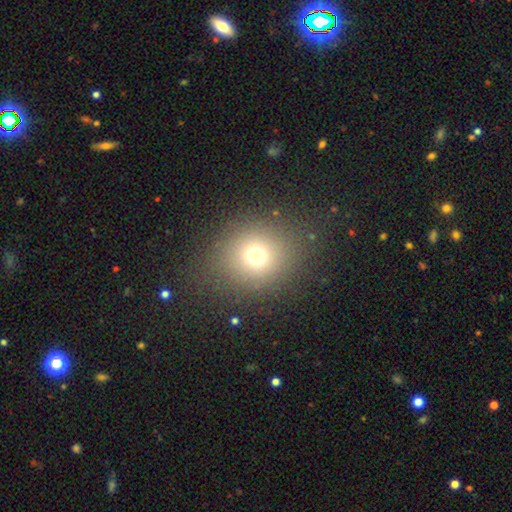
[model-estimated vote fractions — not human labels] Morphology: type=smooth (71%); roundness=round (80%); merging=none (84%).